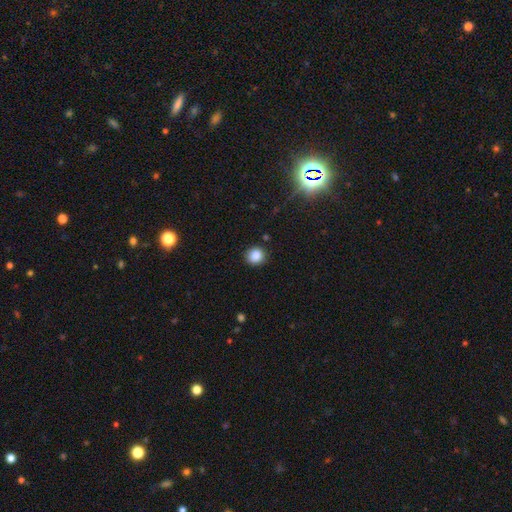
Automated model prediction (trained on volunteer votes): This appears to be a smooth galaxy with no disk features (85%) that is round (89%). Merging: none (89%).